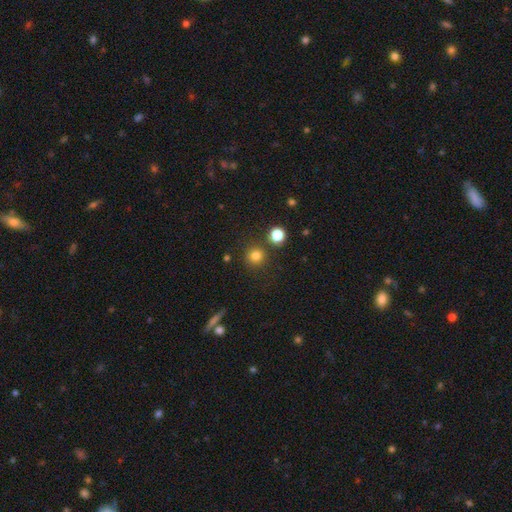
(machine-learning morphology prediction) smooth-or-featured: smooth: 79% | star or artifact: 15% | featured or disk: 6%
  how-rounded: round: 93% | in between: 6% | cigar-shaped: 1%
  merging: none: 84% | minor disturbance: 7% | merger: 7% | major disturbance: 3%